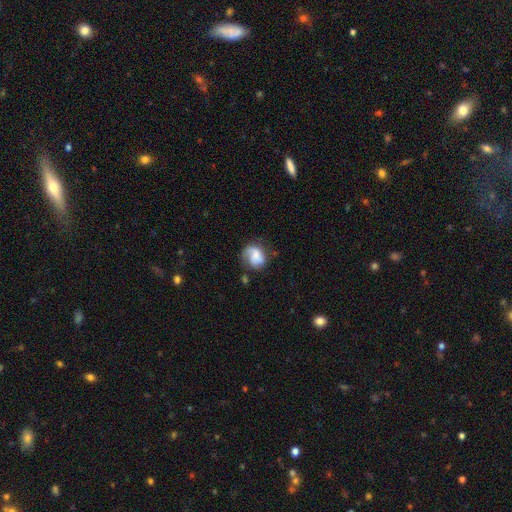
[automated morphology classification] type=smooth (49%); merging=none (48%).